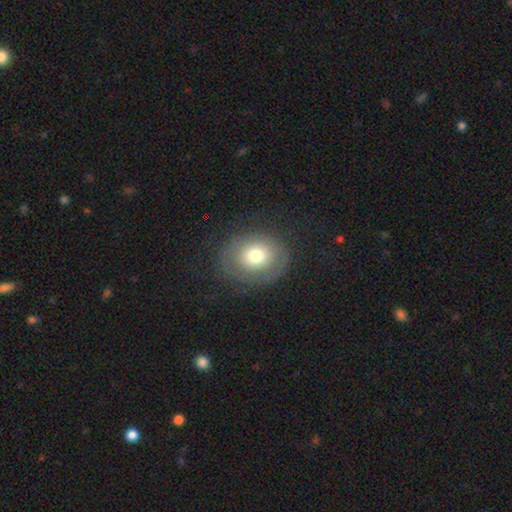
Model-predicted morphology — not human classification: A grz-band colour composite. It shows a smooth galaxy with no disk features (65%) that is round (62%). Merging: none (74%).